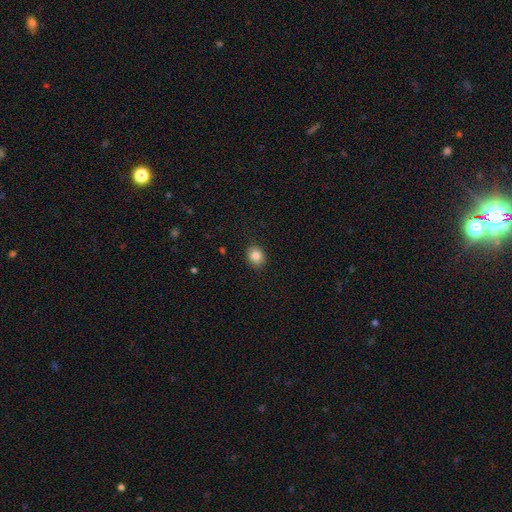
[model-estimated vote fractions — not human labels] smooth-or-featured: smooth: 84% | star or artifact: 10% | featured or disk: 6%
  how-rounded: round: 71% | in between: 28% | cigar-shaped: 1%
  merging: none: 89% | minor disturbance: 8% | major disturbance: 2% | merger: 1%